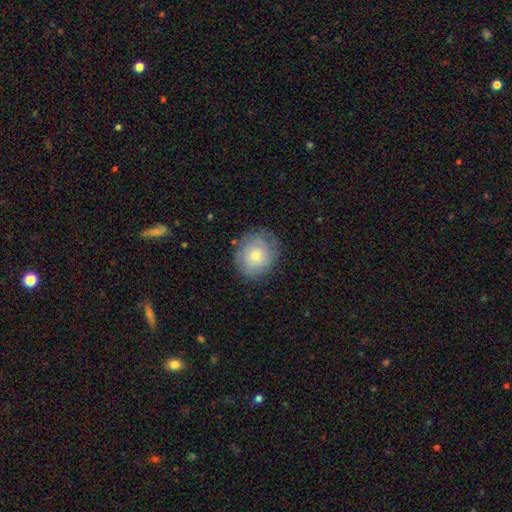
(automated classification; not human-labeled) smooth_or_featured: smooth (p=0.57) [alt: featured or disk p=0.34]
how_rounded: round (p=0.78) [alt: in between p=0.21]
merging: none (p=0.78) [alt: minor disturbance p=0.16]